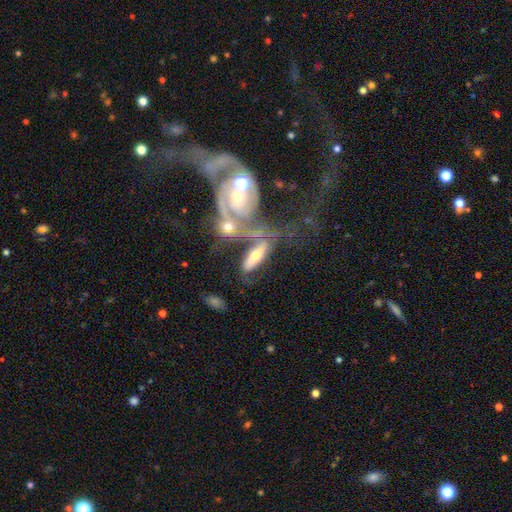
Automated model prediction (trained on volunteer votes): Overall: featured or disk (53%; smooth 38%). Edge-on disk: no (61%; yes 39%). Merging: merger (43%; none 31%).